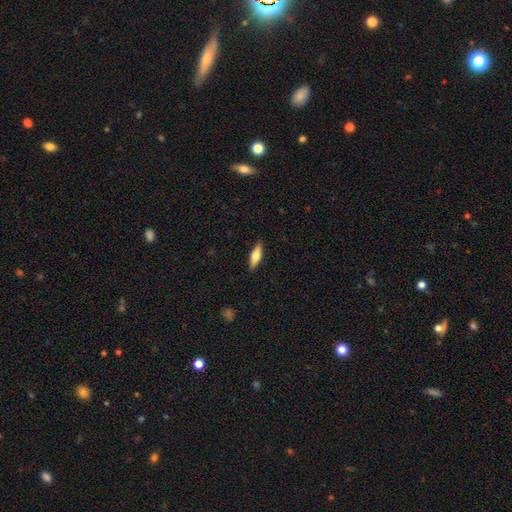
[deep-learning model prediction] Smooth or featured: smooth — 56% (featured or disk — 38%)
How rounded: cigar-shaped — 55% (in between — 42%)
Merging: none — 88% (minor disturbance — 9%)